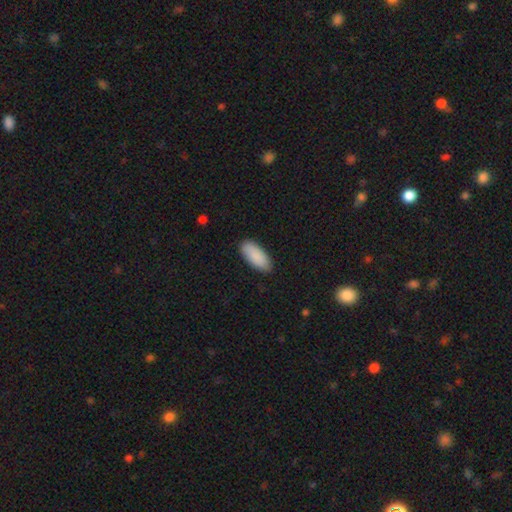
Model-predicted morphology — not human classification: smooth-or-featured: smooth: 90% | star or artifact: 5% | featured or disk: 5%
  how-rounded: in between: 89% | cigar-shaped: 9% | round: 2%
  merging: none: 87% | minor disturbance: 10% | major disturbance: 2% | merger: 1%